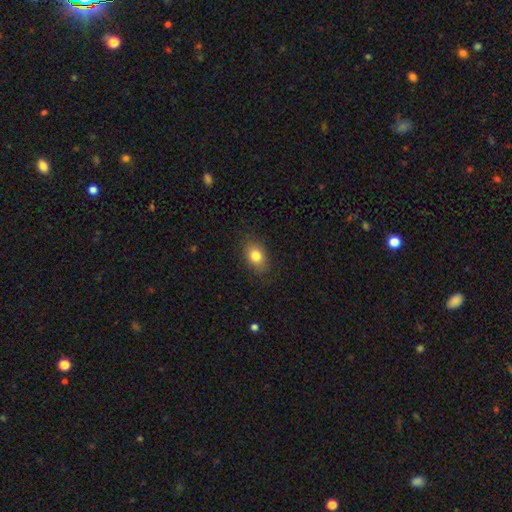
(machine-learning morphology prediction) The model was most divided on "how rounded": in between: 74%, round: 25%, cigar-shaped: 1%. More confident: merging — none (85%); smooth or featured — smooth (82%).